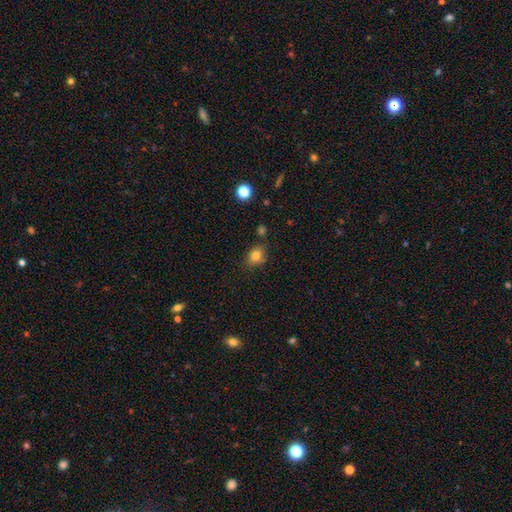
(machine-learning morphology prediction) Smooth or featured? smooth (81%)
How rounded? in between (57%)
Merging? none (71%)